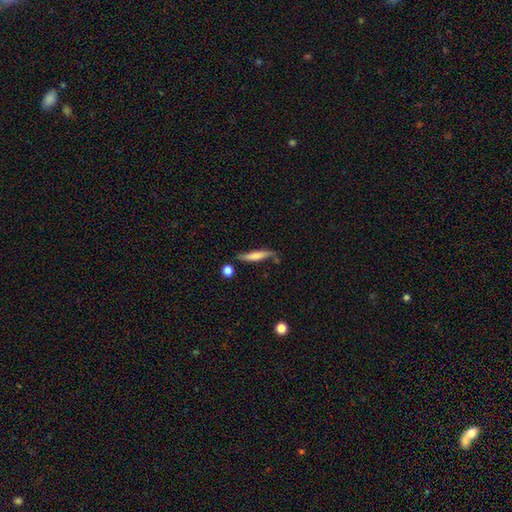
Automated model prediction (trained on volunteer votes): Smooth or featured? Predicted: smooth (p=0.63). How rounded? Predicted: cigar-shaped (p=0.88). Merging? Predicted: none (p=0.69).